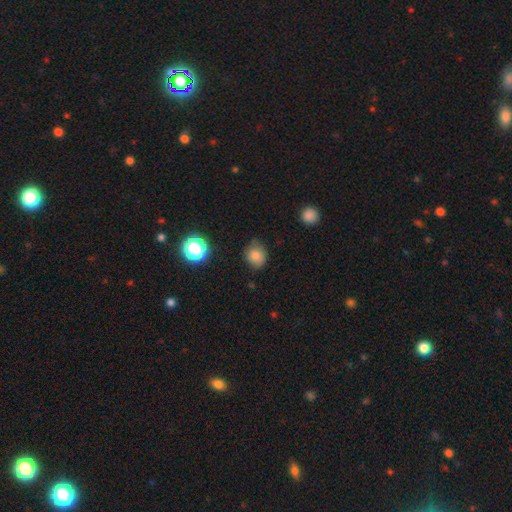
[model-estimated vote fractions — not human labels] smooth_or_featured: smooth (p=0.81) [alt: star or artifact p=0.12]
how_rounded: round (p=0.71) [alt: in between p=0.28]
merging: none (p=0.72) [alt: minor disturbance p=0.22]